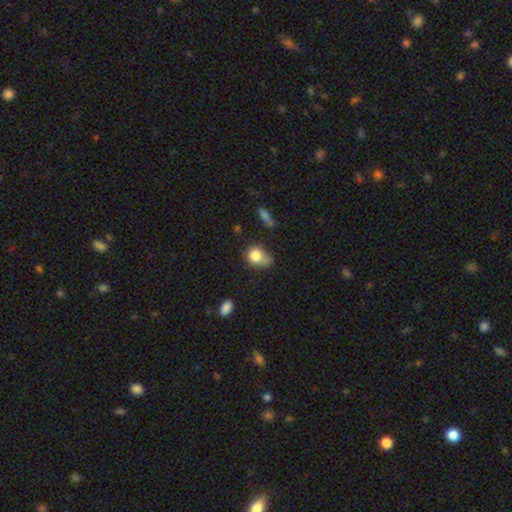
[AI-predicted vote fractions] Overall: smooth (80%). How rounded: round (51%; in between 47%). Merging: minor disturbance (34%; none 32%).